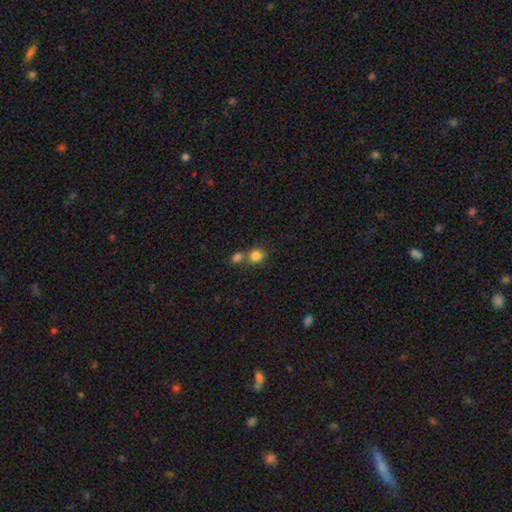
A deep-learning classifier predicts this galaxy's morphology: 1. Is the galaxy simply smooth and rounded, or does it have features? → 83% smooth, 11% star or artifact, 7% featured or disk.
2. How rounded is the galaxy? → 83% round, 16% in between, 1% cigar-shaped.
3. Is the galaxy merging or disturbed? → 50% none, 39% merger, 8% minor disturbance, 3% major disturbance.